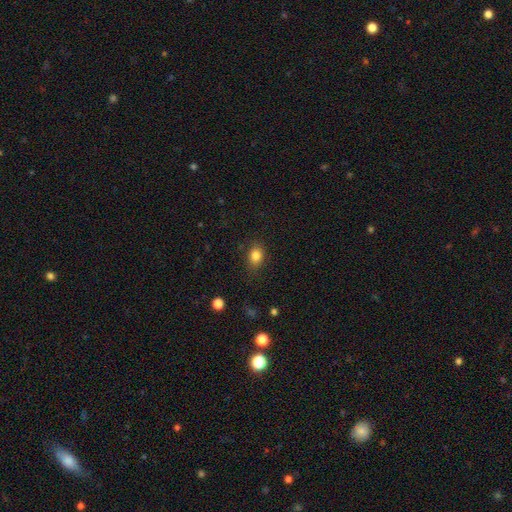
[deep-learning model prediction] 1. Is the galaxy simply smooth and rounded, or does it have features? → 83% smooth, 11% star or artifact, 6% featured or disk.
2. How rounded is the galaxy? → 64% in between, 34% round, 1% cigar-shaped.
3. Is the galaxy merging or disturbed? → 82% none, 13% minor disturbance, 3% major disturbance, 1% merger.